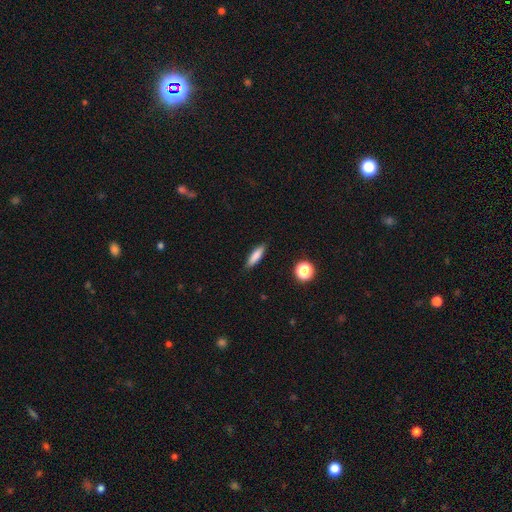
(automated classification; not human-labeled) A smooth galaxy with no disk features (82%) that is cigar-shaped (67%).

Vote fractions:
- Smooth or featured? smooth: 82% / featured or disk: 10% / star or artifact: 8%
- How rounded? cigar-shaped: 67% / in between: 30% / round: 3%
- Merging? none: 88% / minor disturbance: 8% / major disturbance: 2% / merger: 1%